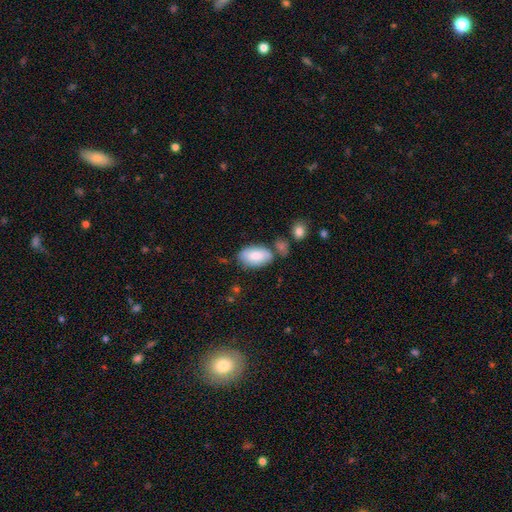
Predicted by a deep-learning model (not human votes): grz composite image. It shows a smooth galaxy with no disk features (80%) that is in between round and cigar-shaped (94%). Merging: none (63%).